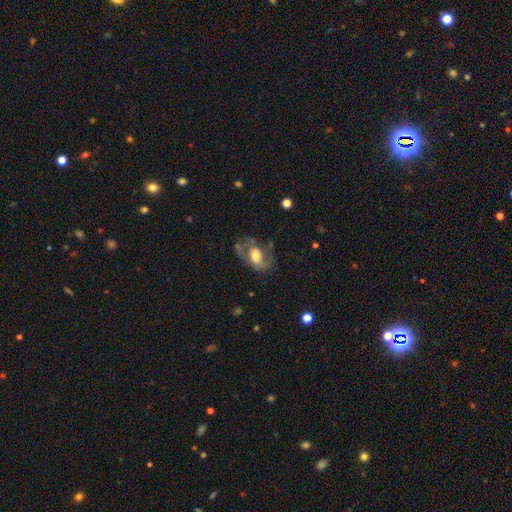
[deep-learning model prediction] Morphology: type=featured or disk (60%); edge-on=no (94%); bar=no (53%); spiral arms=yes (68%); bulge=moderate (59%); merging=none (52%).